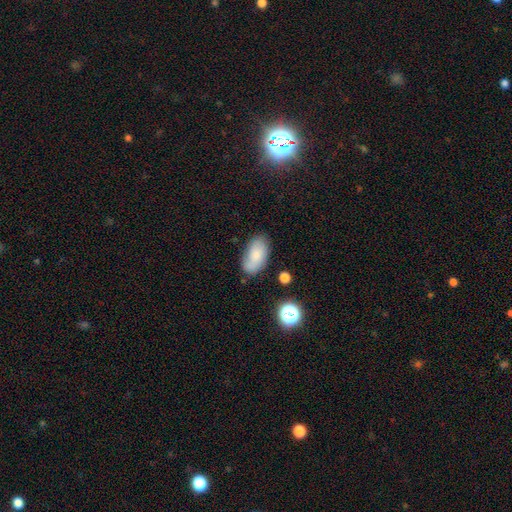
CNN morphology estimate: Smooth or featured: smooth — 74% (featured or disk — 17%)
How rounded: in between — 94% (round — 4%)
Merging: none — 71% (minor disturbance — 21%)